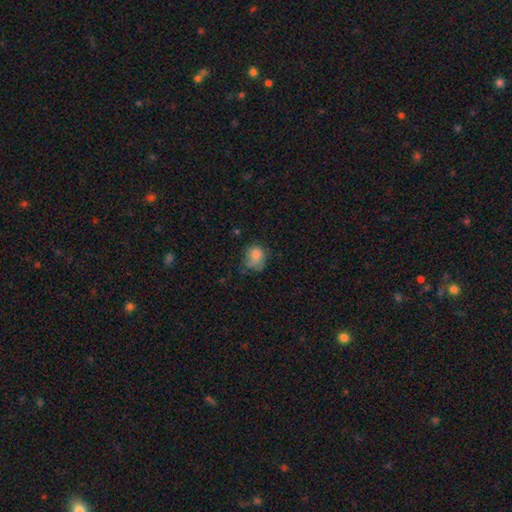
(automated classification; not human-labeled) This appears to be a smooth galaxy with no disk features (78%) that is round (62%). Merging: none (43%).